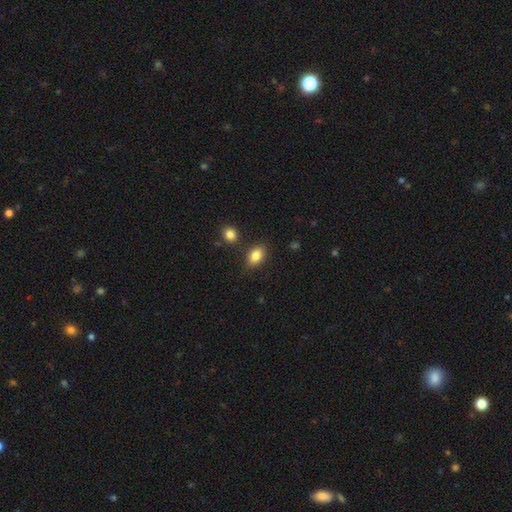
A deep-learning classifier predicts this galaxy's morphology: Smooth or featured? Predicted: smooth (p=0.83). How rounded? Predicted: in between (p=0.84). Merging? Predicted: none (p=0.81).